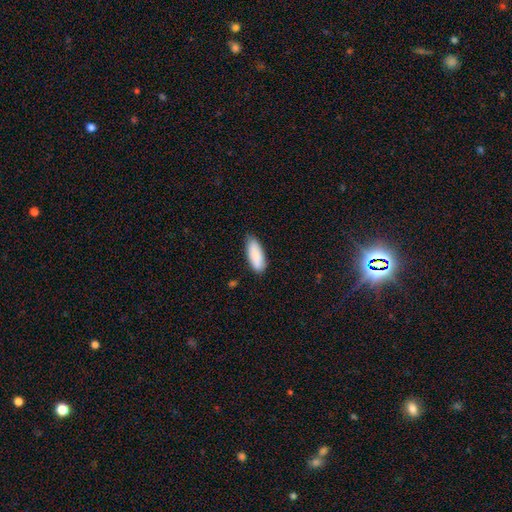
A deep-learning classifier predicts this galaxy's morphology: Smooth or featured?
  - smooth: 88% *
  - featured or disk: 6%
  - star or artifact: 6%
How rounded?
  - in between: 77% *
  - cigar-shaped: 21%
  - round: 2%
Merging?
  - none: 75% *
  - minor disturbance: 21%
  - major disturbance: 3%
  - merger: 1%